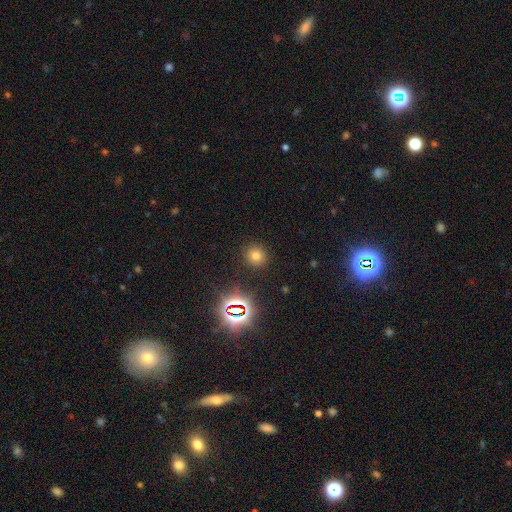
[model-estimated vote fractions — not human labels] This appears to be a smooth galaxy with no disk features (70%) that is round (91%). Merging: none (89%).